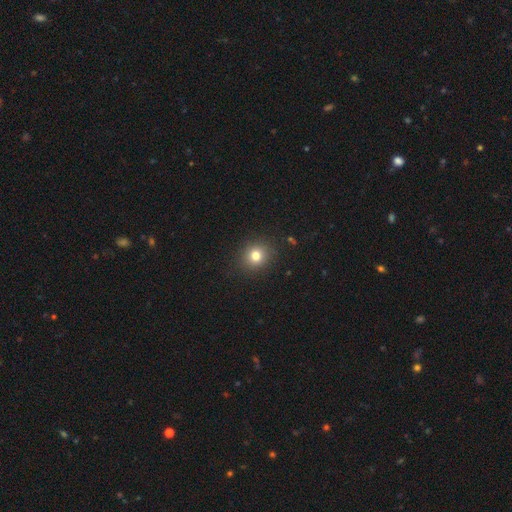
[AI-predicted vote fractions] This appears to be a smooth galaxy with no disk features (79%) that is round (83%). Merging: none (89%).